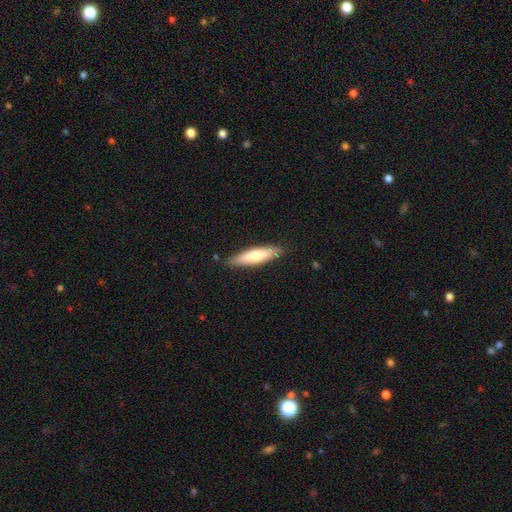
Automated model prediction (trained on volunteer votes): smooth-or-featured: smooth: 69% | featured or disk: 26% | star or artifact: 5%
  how-rounded: cigar-shaped: 75% | in between: 23% | round: 1%
  merging: none: 87% | minor disturbance: 10% | major disturbance: 2% | merger: 1%